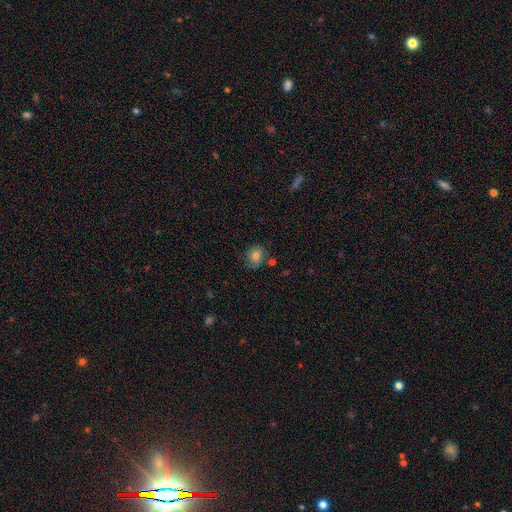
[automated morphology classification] type=smooth (75%); roundness=round (62%); merging=none (73%).